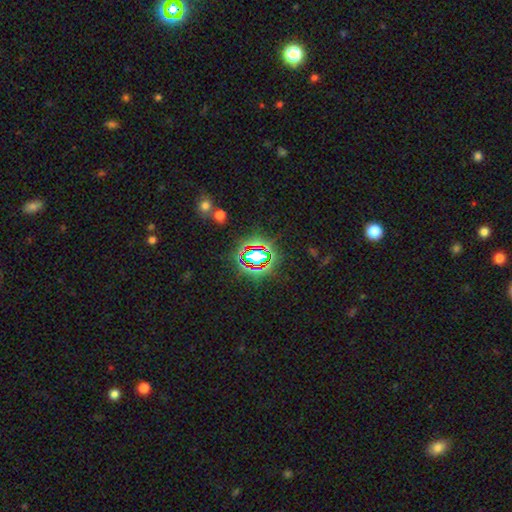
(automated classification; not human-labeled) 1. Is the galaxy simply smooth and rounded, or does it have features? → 72% star or artifact, 17% smooth, 12% featured or disk.